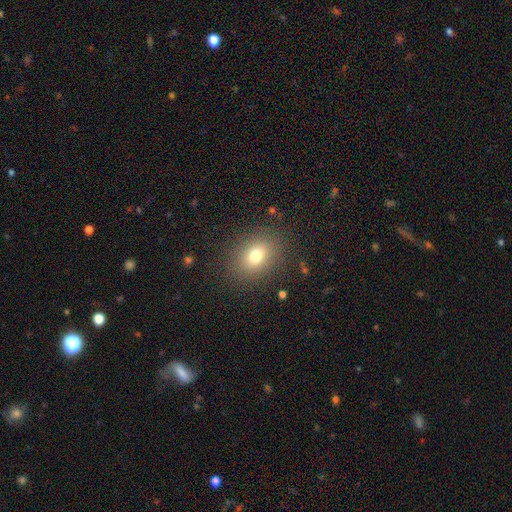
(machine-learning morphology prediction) Smooth or featured? Predicted: smooth (p=0.75). How rounded? Predicted: in between (p=0.60). Merging? Predicted: none (p=0.86).